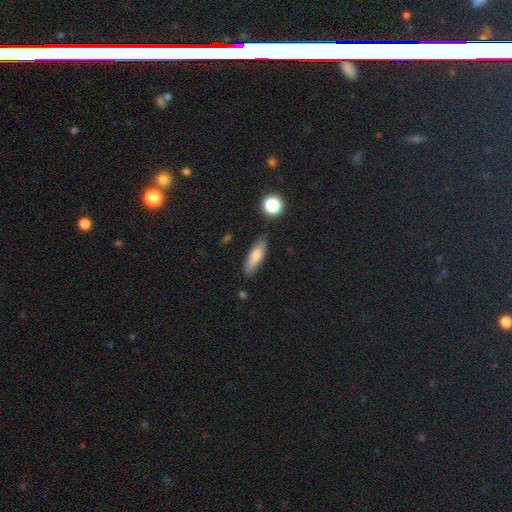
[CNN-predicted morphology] Smooth or featured?
  - smooth: 76% *
  - featured or disk: 16%
  - star or artifact: 7%
How rounded?
  - cigar-shaped: 52% *
  - in between: 45%
  - round: 3%
Merging?
  - none: 83% *
  - minor disturbance: 12%
  - merger: 3%
  - major disturbance: 3%